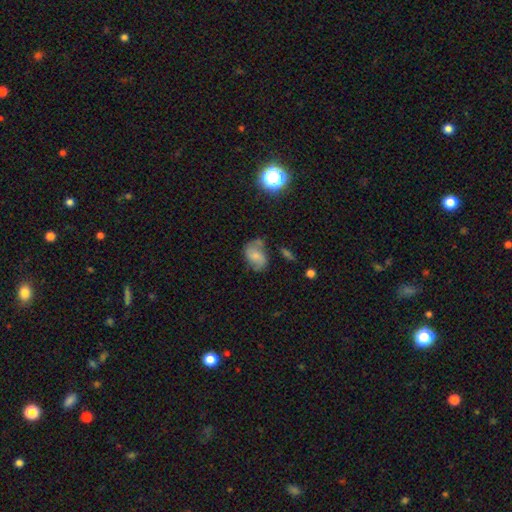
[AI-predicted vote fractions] Morphology: type=smooth (52%); roundness=in between (80%); merging=none (52%).